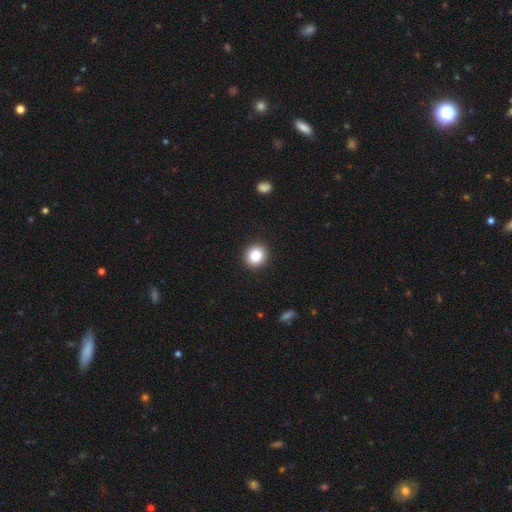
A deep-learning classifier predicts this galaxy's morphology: This appears to be a smooth galaxy with no disk features (86%) that is round (83%). Merging: none (91%).